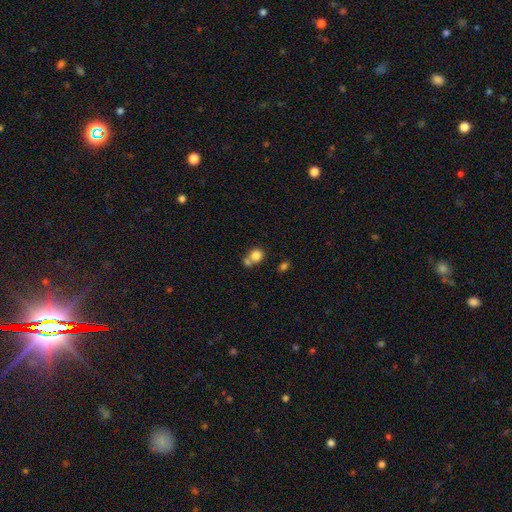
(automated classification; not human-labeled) Smooth or featured?
  - smooth: 81% *
  - star or artifact: 10%
  - featured or disk: 8%
How rounded?
  - round: 78% *
  - in between: 21%
  - cigar-shaped: 1%
Merging?
  - none: 45% *
  - merger: 42%
  - minor disturbance: 9%
  - major disturbance: 4%